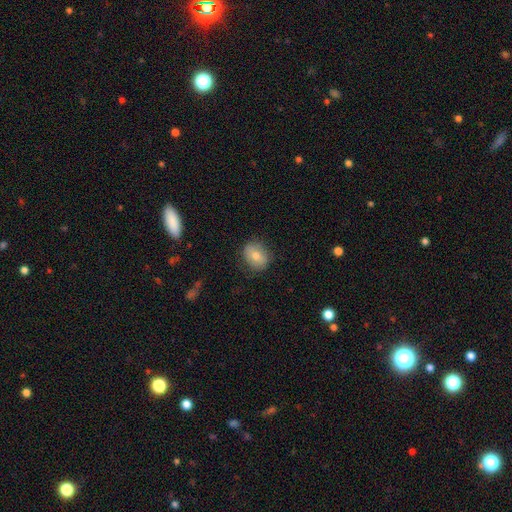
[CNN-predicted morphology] A smooth galaxy with no disk features (74%) that is round (51%). Merging: none (81%).